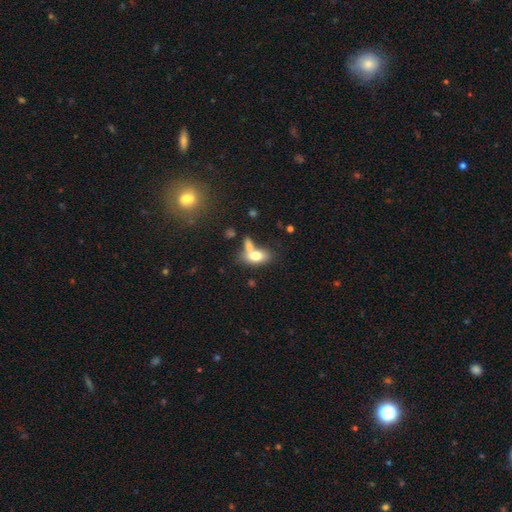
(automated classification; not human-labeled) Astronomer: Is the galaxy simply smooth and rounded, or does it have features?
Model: smooth — 74%.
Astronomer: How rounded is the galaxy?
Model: in between — 86%.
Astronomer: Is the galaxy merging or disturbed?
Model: none — 41% (runner-up: merger, 39%).